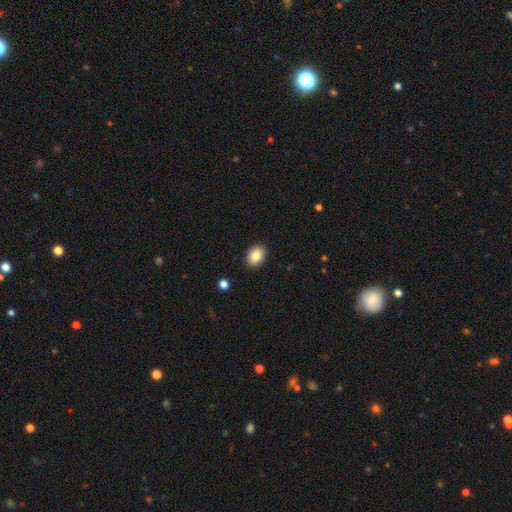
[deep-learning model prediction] This appears to be a smooth galaxy with no disk features (86%) that is in between round and cigar-shaped (76%). Merging: none (90%).